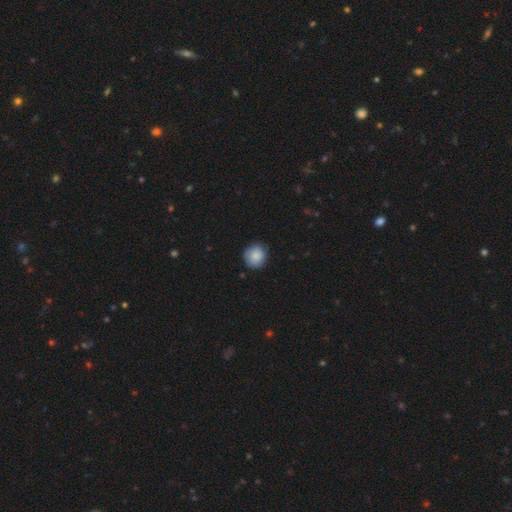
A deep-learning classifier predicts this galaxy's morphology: Smooth or featured? Predicted: smooth (p=0.86). How rounded? Predicted: round (p=0.87). Merging? Predicted: none (p=0.82).